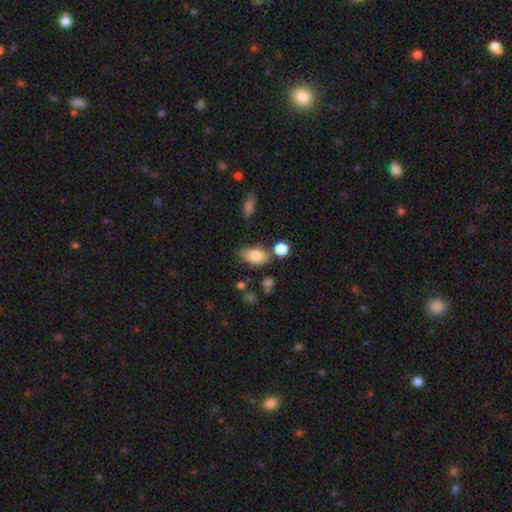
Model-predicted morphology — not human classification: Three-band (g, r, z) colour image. It shows a smooth galaxy with no disk features (81%) that is in between round and cigar-shaped (86%). Merging: none (58%).